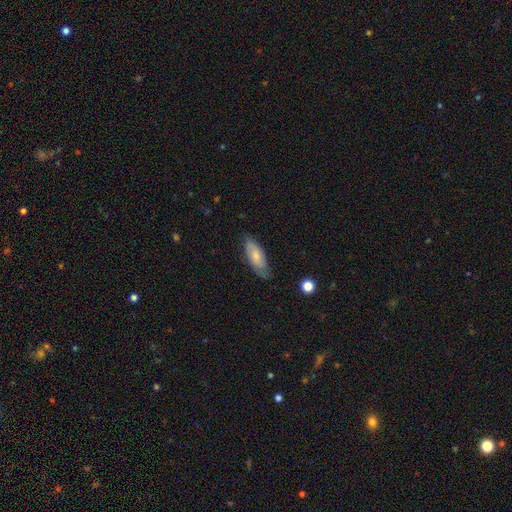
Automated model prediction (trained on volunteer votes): Smooth or featured? smooth (60%)
How rounded? in between (77%)
Merging? none (72%)